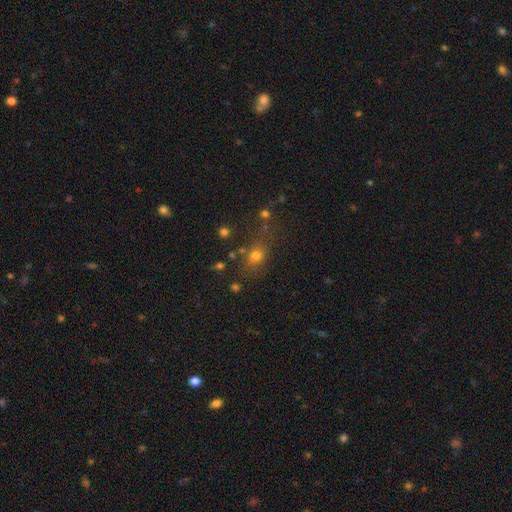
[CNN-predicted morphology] Smooth or featured?
  - smooth: 70% *
  - star or artifact: 19%
  - featured or disk: 11%
How rounded?
  - in between: 51% *
  - round: 46%
  - cigar-shaped: 3%
Merging?
  - none: 65% *
  - minor disturbance: 16%
  - merger: 10%
  - major disturbance: 8%